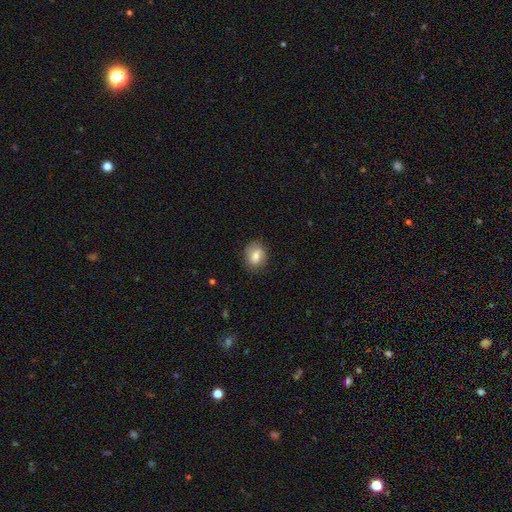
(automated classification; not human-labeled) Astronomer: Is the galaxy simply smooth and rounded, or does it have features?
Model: smooth — 78%.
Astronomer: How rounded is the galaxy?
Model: in between — 50% (runner-up: round, 49%).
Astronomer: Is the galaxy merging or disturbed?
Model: none — 77%.